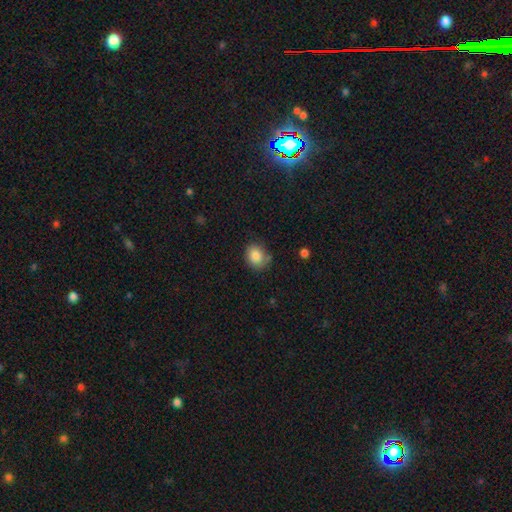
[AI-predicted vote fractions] This is clearly a smooth galaxy (85%). How rounded: possibly round (60%). Merging: likely none (72%).